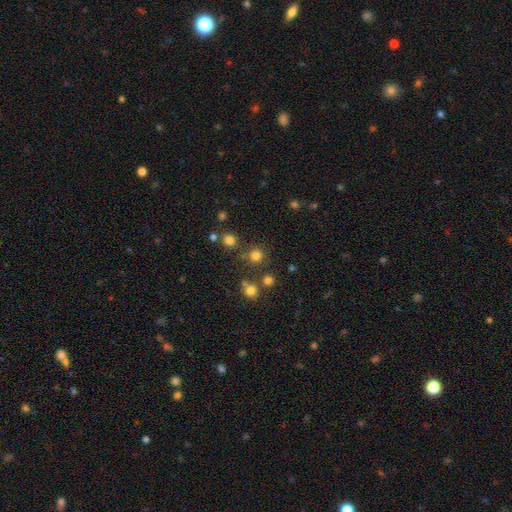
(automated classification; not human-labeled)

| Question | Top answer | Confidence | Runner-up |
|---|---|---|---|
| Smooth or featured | smooth | 76% | star or artifact (19%) |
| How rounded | round | 93% | in between (6%) |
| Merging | none | 79% | merger (10%) |